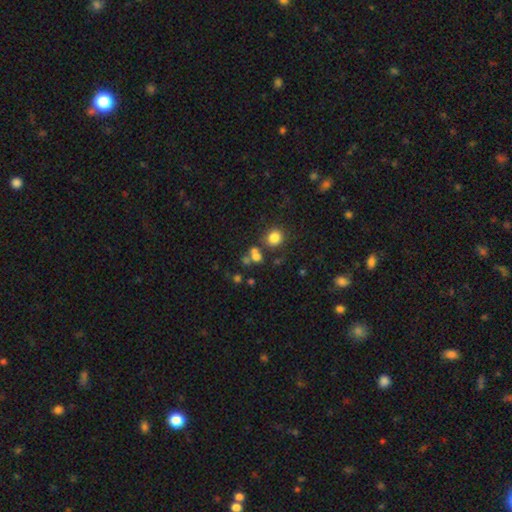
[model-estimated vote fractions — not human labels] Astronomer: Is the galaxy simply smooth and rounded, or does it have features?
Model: smooth — 68%.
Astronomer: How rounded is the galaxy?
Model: round — 70%.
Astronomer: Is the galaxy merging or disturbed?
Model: none — 49% (runner-up: merger, 35%).